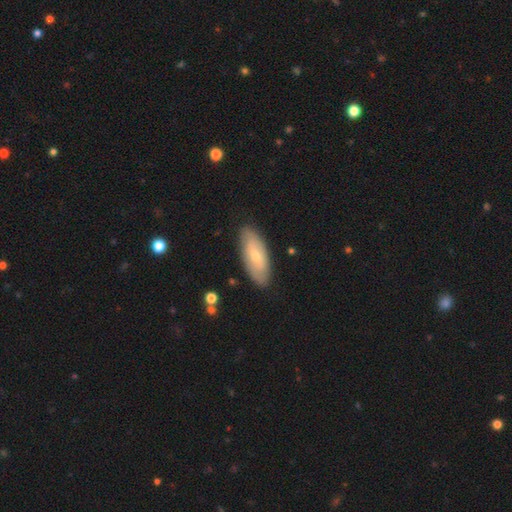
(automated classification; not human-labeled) Smooth or featured?
  - smooth: 54% *
  - featured or disk: 40%
  - star or artifact: 6%
How rounded?
  - in between: 81% *
  - cigar-shaped: 17%
  - round: 2%
Merging?
  - none: 85% *
  - minor disturbance: 11%
  - major disturbance: 2%
  - merger: 1%